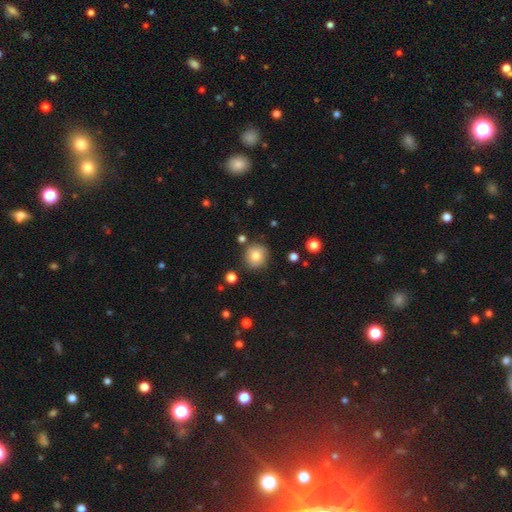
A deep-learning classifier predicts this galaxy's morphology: Smooth or featured: smooth — 80% (star or artifact — 10%)
How rounded: round — 92% (in between — 7%)
Merging: none — 85% (minor disturbance — 10%)